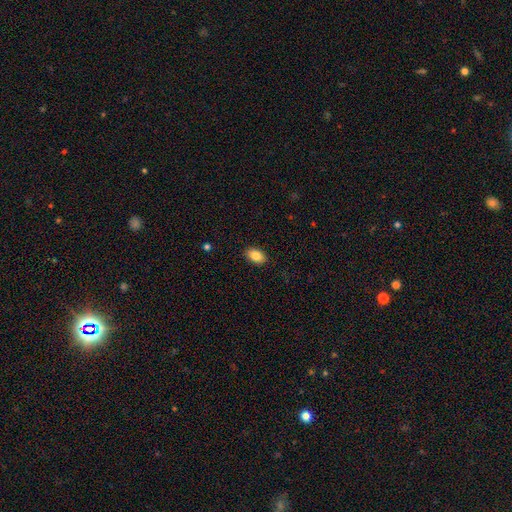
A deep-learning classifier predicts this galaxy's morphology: smooth_or_featured: smooth (p=0.85) [alt: star or artifact p=0.08]
how_rounded: in between (p=0.88) [alt: round p=0.10]
merging: none (p=0.89) [alt: minor disturbance p=0.08]